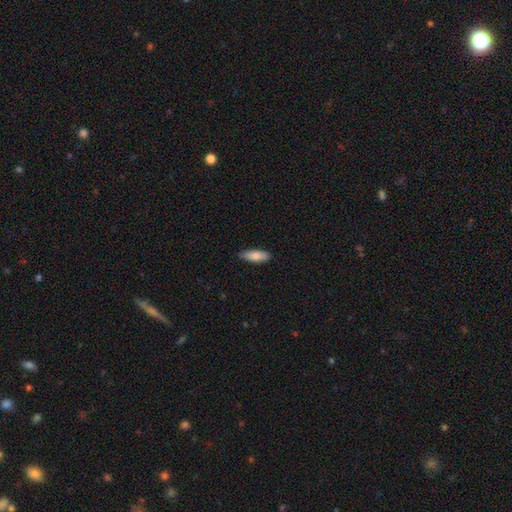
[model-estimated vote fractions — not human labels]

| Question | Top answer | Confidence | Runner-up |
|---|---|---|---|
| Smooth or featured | smooth | 81% | featured or disk (14%) |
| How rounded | in between | 57% | cigar-shaped (41%) |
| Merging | none | 85% | minor disturbance (13%) |